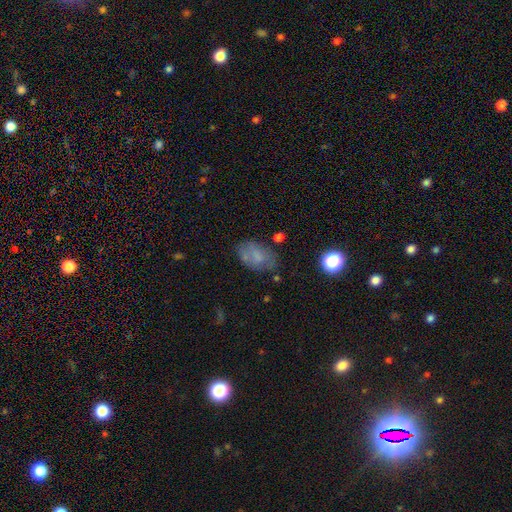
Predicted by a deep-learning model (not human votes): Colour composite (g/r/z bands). It shows a smooth galaxy with no disk features (65%) that is in between round and cigar-shaped (89%). Merging: none (63%).